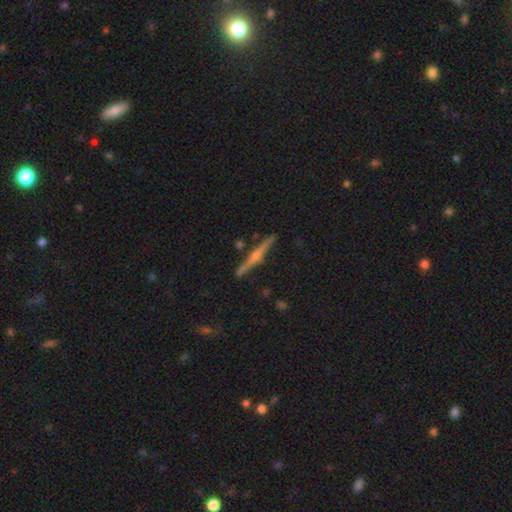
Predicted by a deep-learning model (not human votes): Smooth or featured? Predicted: featured or disk (p=0.80). Edge-on disk? Predicted: yes (p=0.98). Edge-on bulge? Predicted: rounded (p=0.87). Merging? Predicted: none (p=0.90).